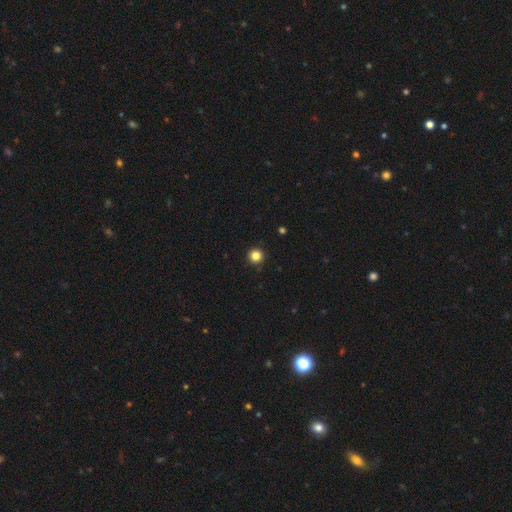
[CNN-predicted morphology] Smooth or featured? smooth (84%)
How rounded? round (97%)
Merging? none (93%)